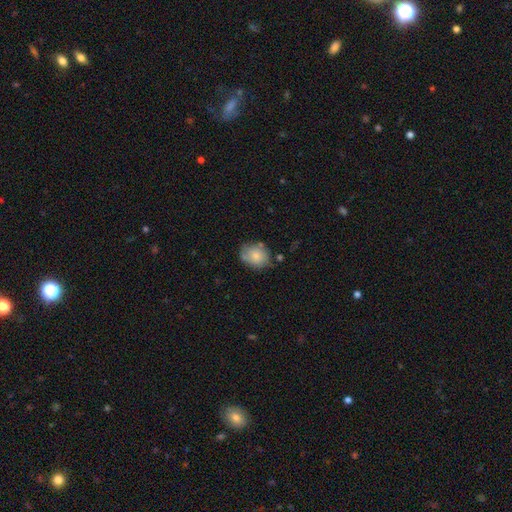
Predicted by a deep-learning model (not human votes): The model was most divided on "how rounded": round: 54%, in between: 45%, cigar-shaped: 1%. More confident: smooth or featured — smooth (77%); merging — none (61%).